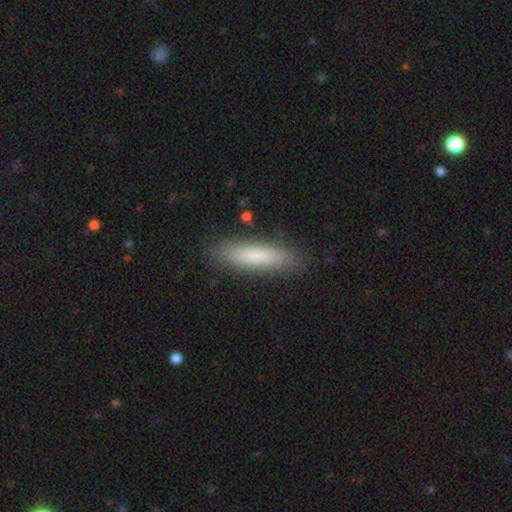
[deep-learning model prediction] A smooth galaxy with no disk features (78%) that is cigar-shaped (75%).

Vote fractions:
- Smooth or featured? smooth: 78% / featured or disk: 16% / star or artifact: 6%
- How rounded? cigar-shaped: 75% / in between: 23% / round: 1%
- Merging? none: 87% / minor disturbance: 9% / major disturbance: 2% / merger: 1%